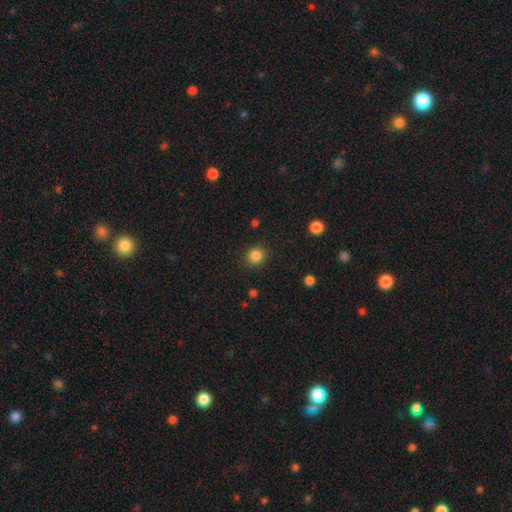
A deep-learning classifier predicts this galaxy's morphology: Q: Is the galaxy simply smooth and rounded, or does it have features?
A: smooth — 85%.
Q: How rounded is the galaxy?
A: round — 88%.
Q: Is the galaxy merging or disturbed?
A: none — 89%.